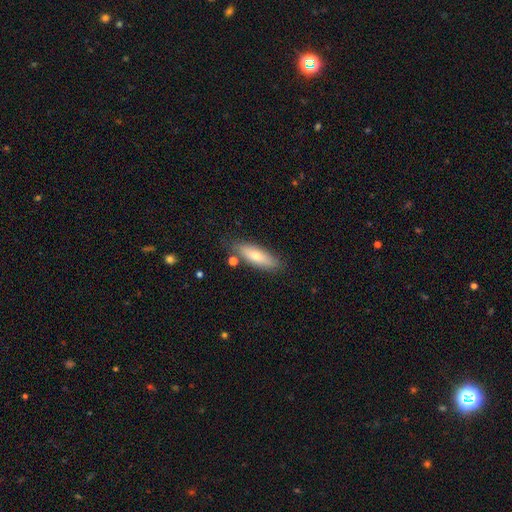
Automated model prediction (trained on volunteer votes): Smooth or featured? smooth (70%)
How rounded? in between (53%)
Merging? none (79%)